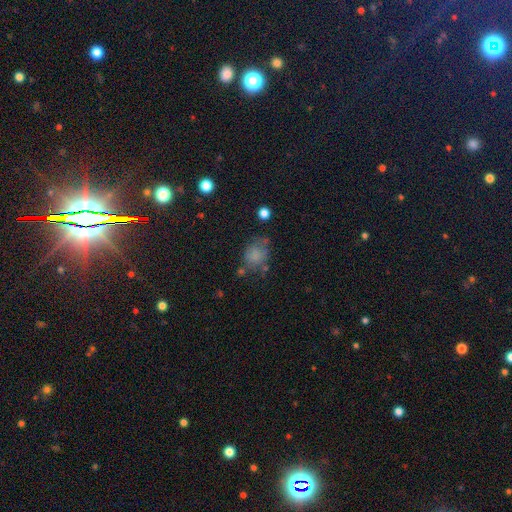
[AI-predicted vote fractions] smooth-or-featured: smooth: 74% | star or artifact: 14% | featured or disk: 12%
  how-rounded: round: 56% | in between: 43% | cigar-shaped: 1%
  merging: none: 52% | minor disturbance: 26% | major disturbance: 14% | merger: 8%